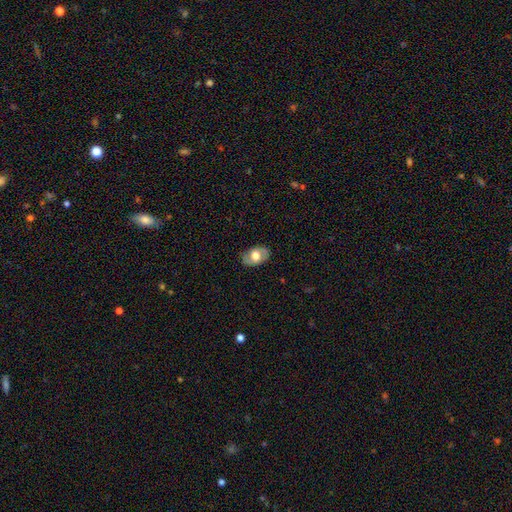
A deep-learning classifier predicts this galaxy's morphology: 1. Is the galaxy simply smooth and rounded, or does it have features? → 51% smooth, 42% featured or disk, 7% star or artifact.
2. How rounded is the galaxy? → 85% in between, 14% round, 2% cigar-shaped.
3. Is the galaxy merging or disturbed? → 80% none, 15% minor disturbance, 4% major disturbance, 1% merger.